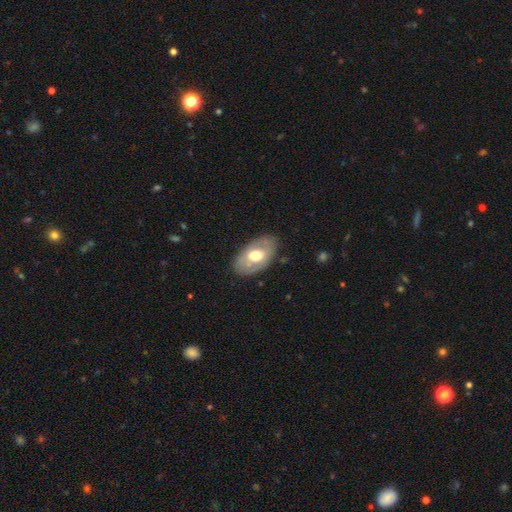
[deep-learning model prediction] Smooth or featured: smooth — 51% (featured or disk — 43%)
How rounded: in between — 91% (round — 8%)
Merging: none — 77% (minor disturbance — 17%)